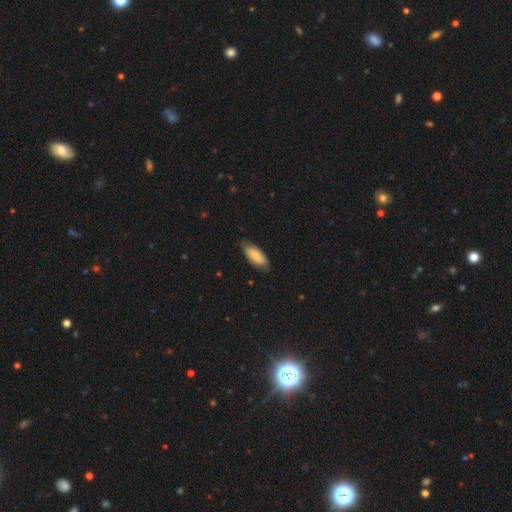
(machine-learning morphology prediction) type=smooth (80%); roundness=in between (85%); merging=none (76%).